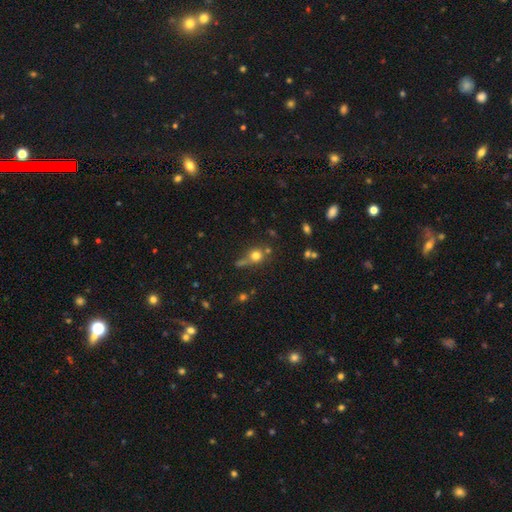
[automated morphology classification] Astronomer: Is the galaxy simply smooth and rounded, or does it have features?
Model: smooth — 71%.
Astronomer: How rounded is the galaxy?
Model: round — 84%.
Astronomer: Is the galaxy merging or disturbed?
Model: none — 53%.